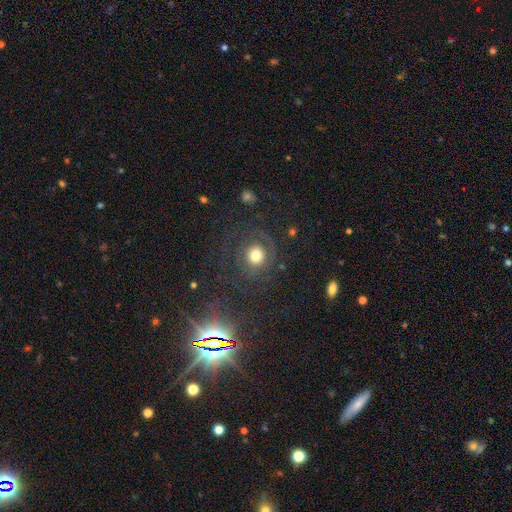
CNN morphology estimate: Smooth or featured: smooth — 48% (featured or disk — 36%)
Merging: none — 69% (major disturbance — 16%)